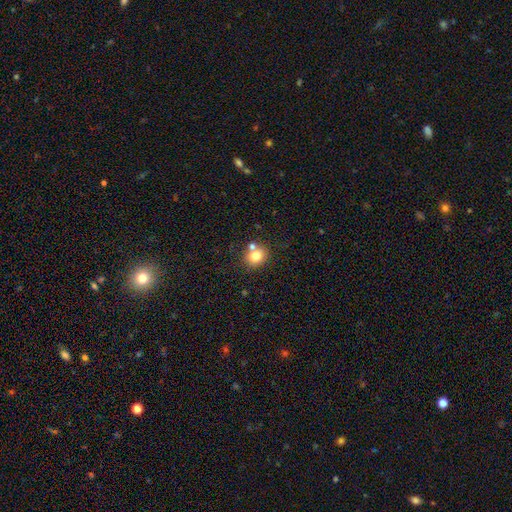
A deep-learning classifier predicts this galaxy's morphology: A smooth galaxy with no disk features (78%) that is round (70%).

Vote fractions:
- Smooth or featured? smooth: 78% / star or artifact: 11% / featured or disk: 11%
- How rounded? round: 70% / in between: 29% / cigar-shaped: 1%
- Merging? none: 64% / merger: 22% / minor disturbance: 11% / major disturbance: 3%